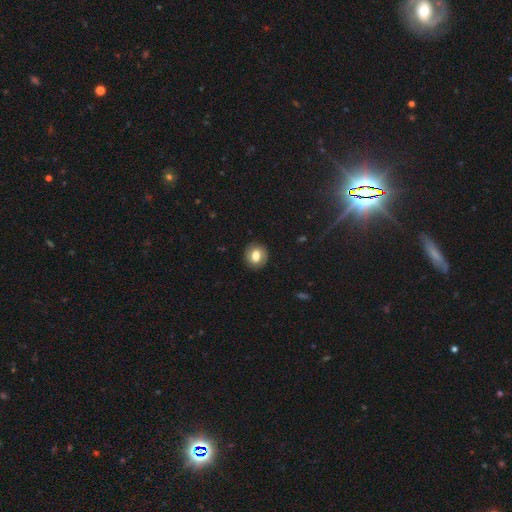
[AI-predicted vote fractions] Overall: smooth (72%). How rounded: round (71%). Merging: none (88%).